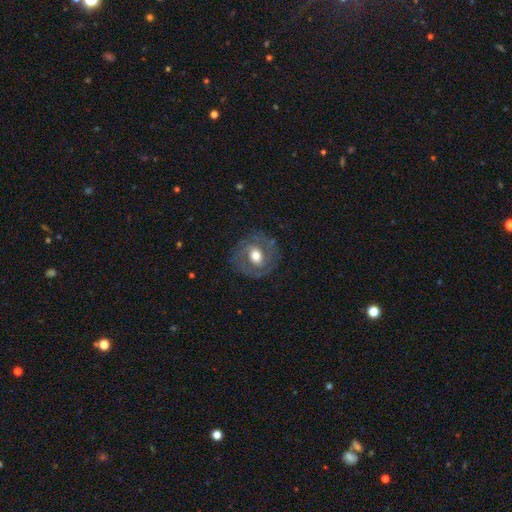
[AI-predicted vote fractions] A featured or disk galaxy (63%) with no bar (51%), spiral arms (67%) and a moderate central bulge (70%).

Vote fractions:
- Smooth or featured? featured or disk: 63% / smooth: 30% / star or artifact: 7%
- Edge-on disk? no: 96% / yes: 4%
- Bar? no: 51% / weak: 35% / strong: 13%
- Spiral arms? yes: 67% / no: 33%
- Bulge size? moderate: 70% / large: 18% / small: 9% / dominant: 1% / none: 1%
- Merging? none: 76% / minor disturbance: 15% / major disturbance: 8% / merger: 1%